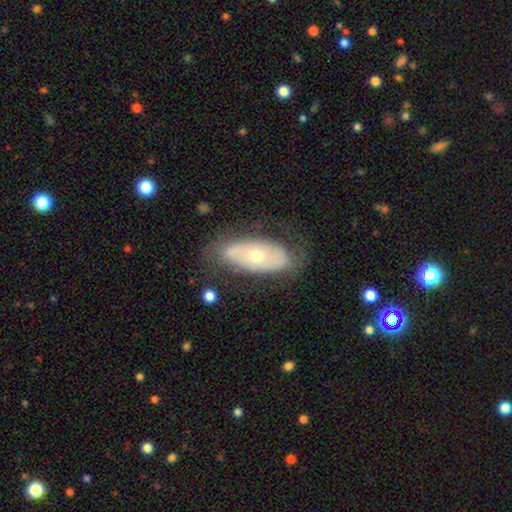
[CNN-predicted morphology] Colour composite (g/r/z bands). It shows a featured or disk galaxy (53%). Merging: none (68%).